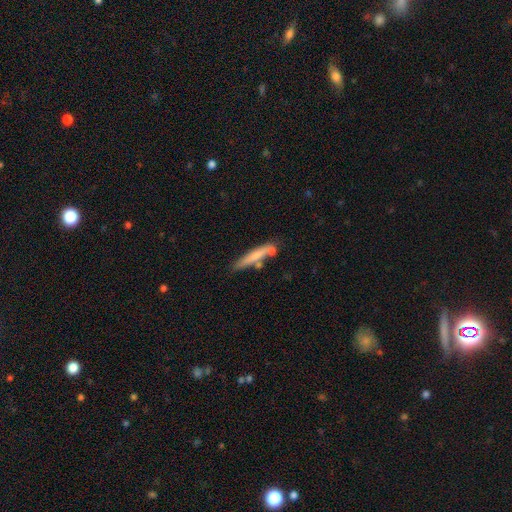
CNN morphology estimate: Q: Smooth or featured?
A: smooth (67%); runner-up: featured or disk (26%)
Q: How rounded?
A: cigar-shaped (91%); runner-up: in between (7%)
Q: Merging?
A: none (65%); runner-up: minor disturbance (17%)